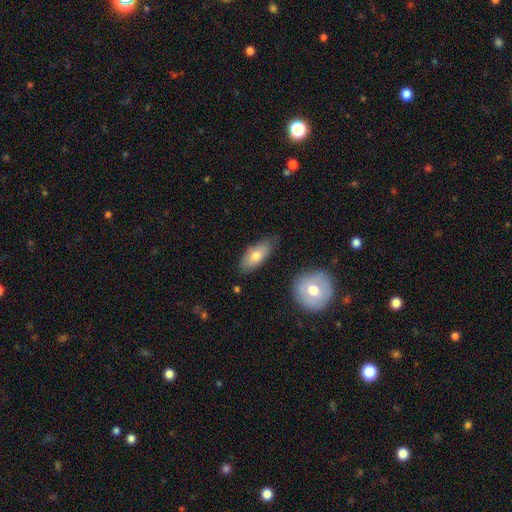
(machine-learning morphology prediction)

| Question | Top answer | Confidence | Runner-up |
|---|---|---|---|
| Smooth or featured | smooth | 74% | featured or disk (20%) |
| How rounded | in between | 83% | cigar-shaped (14%) |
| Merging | none | 78% | minor disturbance (16%) |